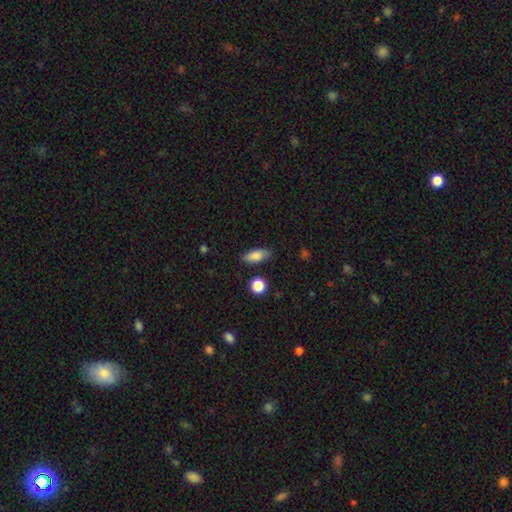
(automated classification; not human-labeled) Smooth or featured: smooth — 83% (featured or disk — 9%)
How rounded: in between — 79% (cigar-shaped — 16%)
Merging: none — 82% (minor disturbance — 13%)